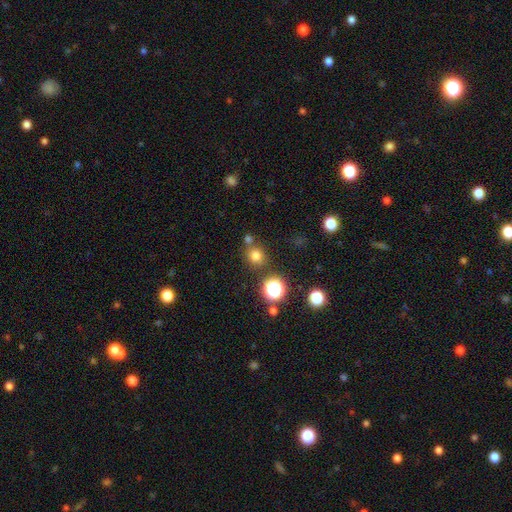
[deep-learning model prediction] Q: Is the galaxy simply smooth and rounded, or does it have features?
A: smooth — 75%.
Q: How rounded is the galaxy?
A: round — 88%.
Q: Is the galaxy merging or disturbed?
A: none — 73%.